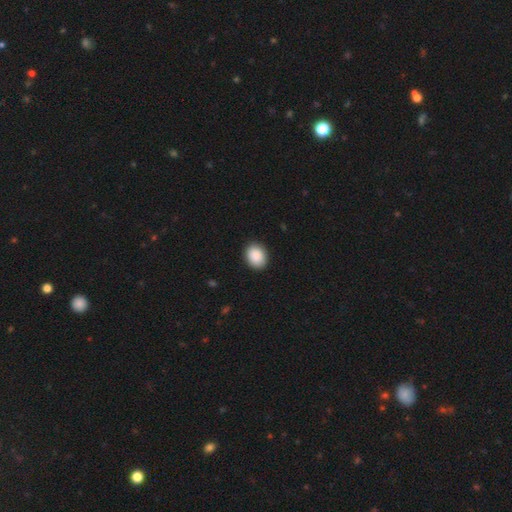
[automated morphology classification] A smooth galaxy with no disk features (90%) that is in between round and cigar-shaped (56%).

Vote fractions:
- Smooth or featured? smooth: 90% / star or artifact: 7% / featured or disk: 3%
- How rounded? in between: 56% / round: 43% / cigar-shaped: 1%
- Merging? none: 90% / minor disturbance: 7% / major disturbance: 2% / merger: 1%